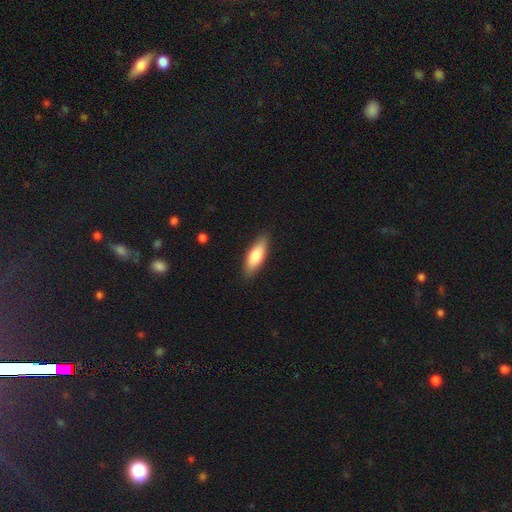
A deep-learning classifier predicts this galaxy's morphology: The model was most divided on "how rounded": in between: 58%, cigar-shaped: 40%, round: 2%. More confident: merging — none (88%); smooth or featured — smooth (75%).